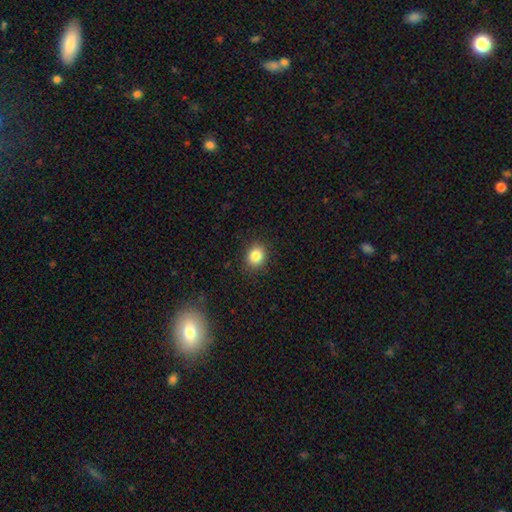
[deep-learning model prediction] Smooth or featured?
  - smooth: 84% *
  - star or artifact: 11%
  - featured or disk: 6%
How rounded?
  - round: 65% *
  - in between: 34%
  - cigar-shaped: 1%
Merging?
  - none: 89% *
  - minor disturbance: 8%
  - major disturbance: 2%
  - merger: 1%